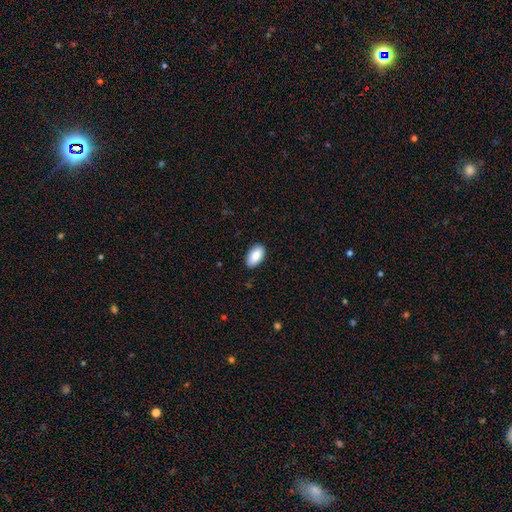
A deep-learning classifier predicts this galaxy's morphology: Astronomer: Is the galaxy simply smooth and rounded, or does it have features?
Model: smooth — 87%.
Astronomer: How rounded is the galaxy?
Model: in between — 95%.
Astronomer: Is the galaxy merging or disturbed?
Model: none — 89%.